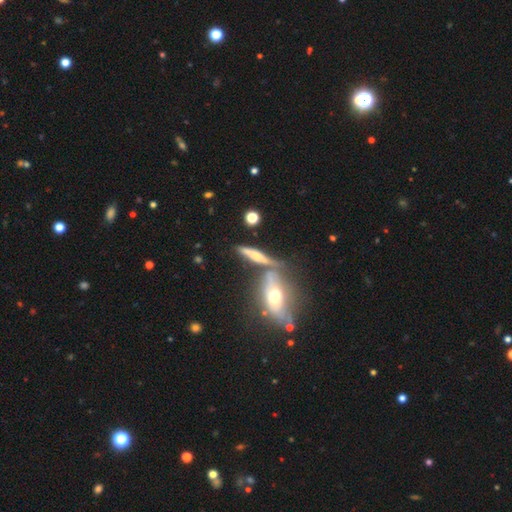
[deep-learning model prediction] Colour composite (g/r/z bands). It shows a featured or disk galaxy (53%) viewed edge-on (84%). Merging: none (52%).